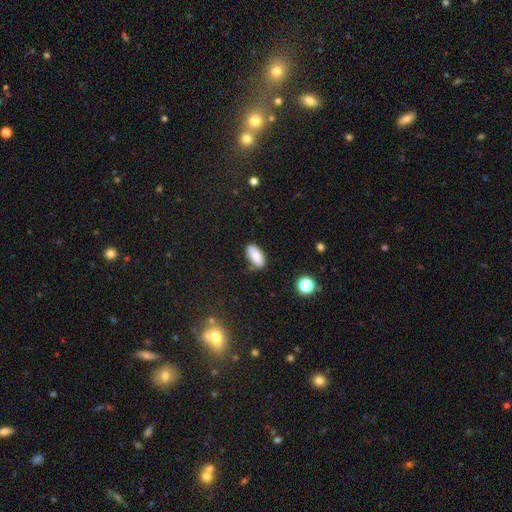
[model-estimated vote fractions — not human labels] Smooth or featured? smooth (86%)
How rounded? in between (88%)
Merging? none (79%)